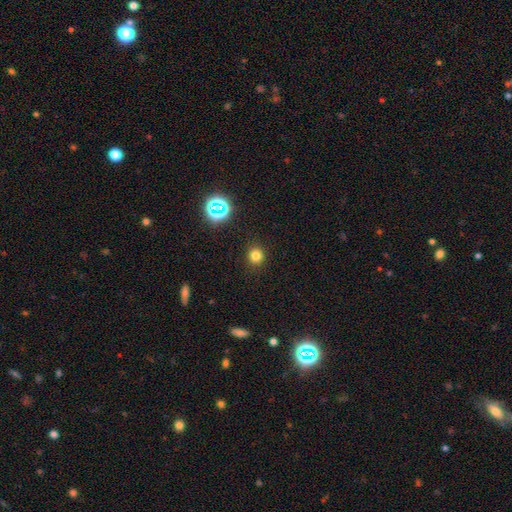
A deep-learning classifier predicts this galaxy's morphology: This is likely a smooth galaxy (78%). How rounded: clearly round (89%). Merging: clearly none (91%).